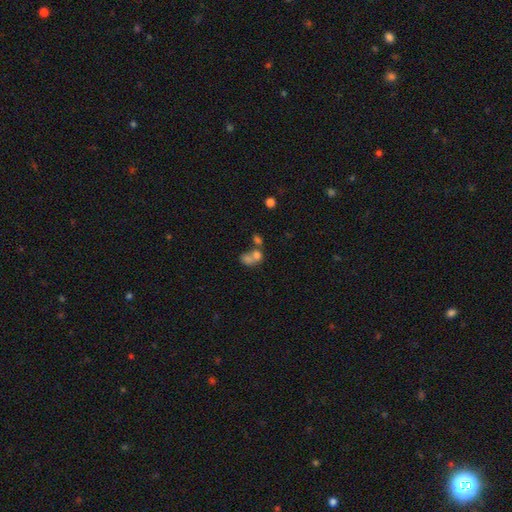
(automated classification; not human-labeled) Overall: smooth (68%). How rounded: in between (56%; round 43%). Merging: merger (64%).